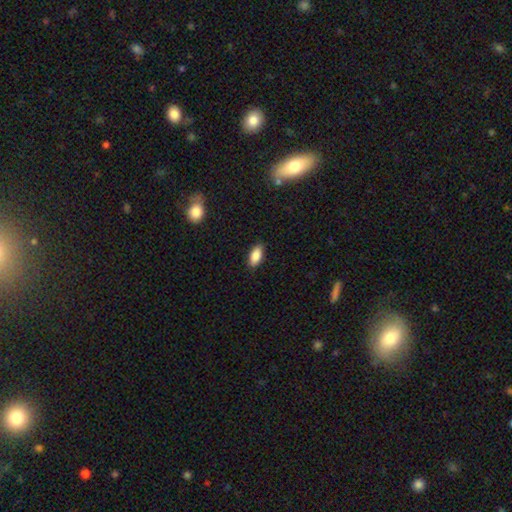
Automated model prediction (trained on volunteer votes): A smooth galaxy with no disk features (86%) that is in between round and cigar-shaped (89%). Merging: none (86%).